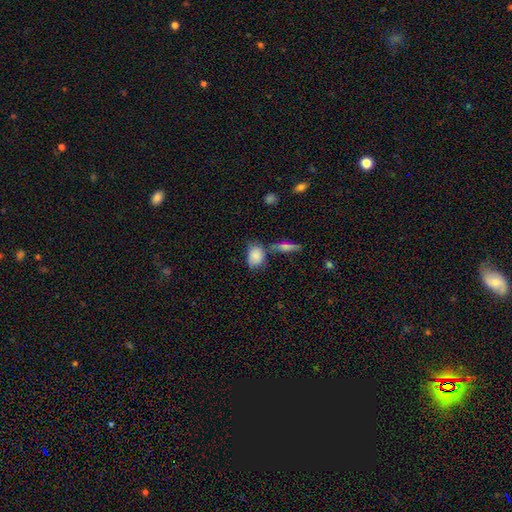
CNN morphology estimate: Smooth or featured: smooth — 84% (featured or disk — 8%)
How rounded: in between — 72% (round — 26%)
Merging: none — 49% (minor disturbance — 24%)